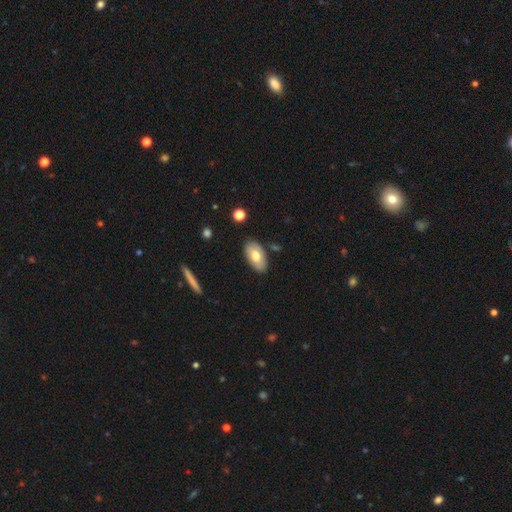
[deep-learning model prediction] The model was most divided on "smooth or featured": smooth: 64%, featured or disk: 29%, star or artifact: 7%. More confident: how rounded — in between (93%); merging — none (81%).